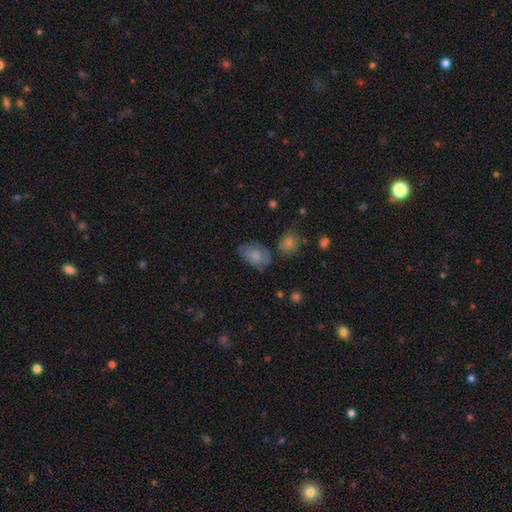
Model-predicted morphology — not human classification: smooth_or_featured: smooth (p=0.75) [alt: featured or disk p=0.17]
how_rounded: in between (p=0.83) [alt: round p=0.15]
merging: none (p=0.59) [alt: minor disturbance p=0.25]